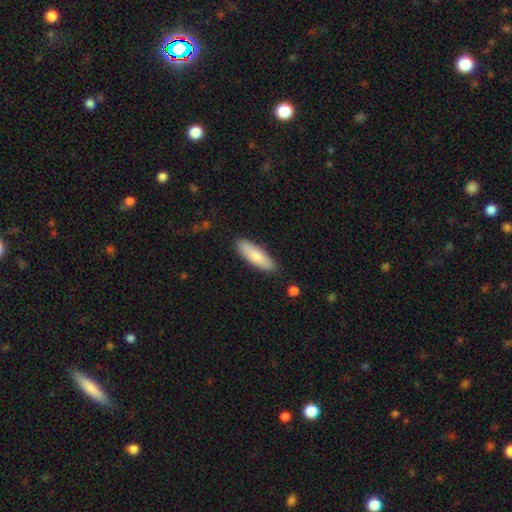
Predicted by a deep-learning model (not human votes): Morphology: type=smooth (82%); roundness=cigar-shaped (52%); merging=none (87%).